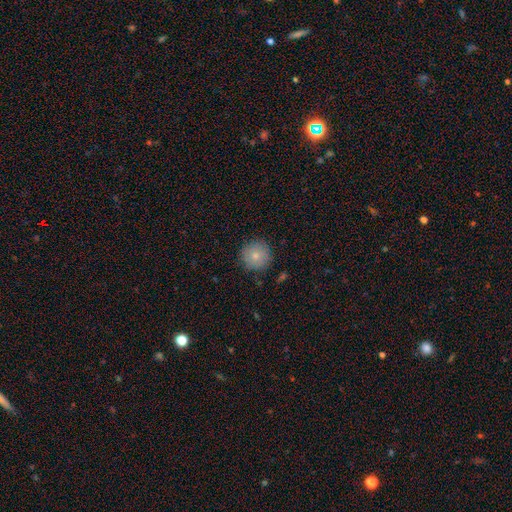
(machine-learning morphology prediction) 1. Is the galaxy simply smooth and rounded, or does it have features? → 80% smooth, 12% featured or disk, 9% star or artifact.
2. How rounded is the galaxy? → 96% round, 3% in between, 1% cigar-shaped.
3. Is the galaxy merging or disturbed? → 88% none, 9% minor disturbance, 2% major disturbance, 1% merger.